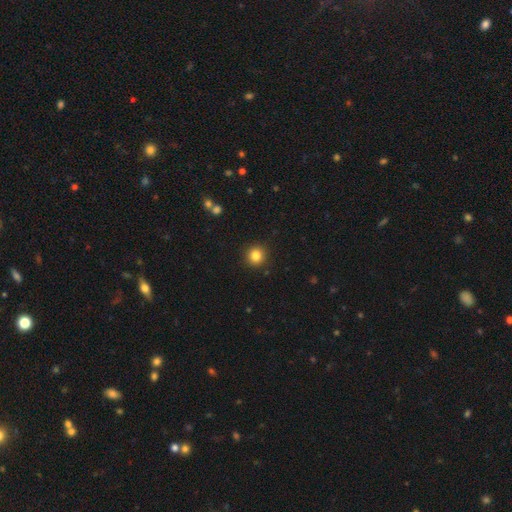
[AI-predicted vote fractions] smooth_or_featured: smooth (p=0.83) [alt: star or artifact p=0.11]
how_rounded: round (p=0.94) [alt: in between p=0.05]
merging: none (p=0.92) [alt: minor disturbance p=0.05]